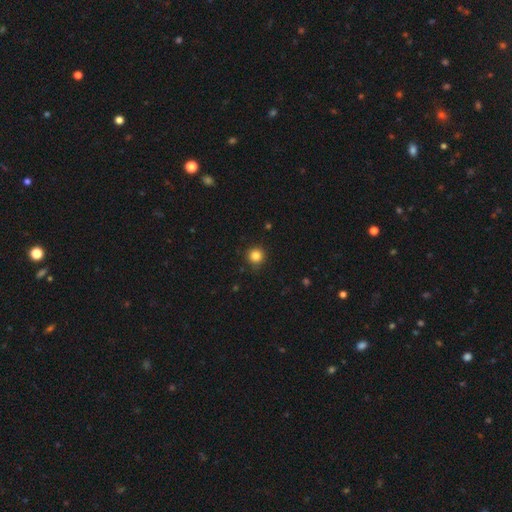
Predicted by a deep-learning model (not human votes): smooth_or_featured: smooth (p=0.84) [alt: star or artifact p=0.12]
how_rounded: round (p=0.94) [alt: in between p=0.05]
merging: none (p=0.89) [alt: minor disturbance p=0.08]